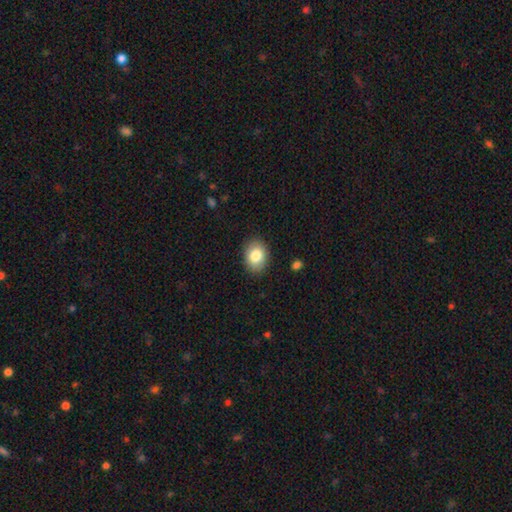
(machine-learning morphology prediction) The model was most divided on "how rounded": in between: 68%, round: 31%, cigar-shaped: 1%. More confident: merging — none (89%); smooth or featured — smooth (83%).